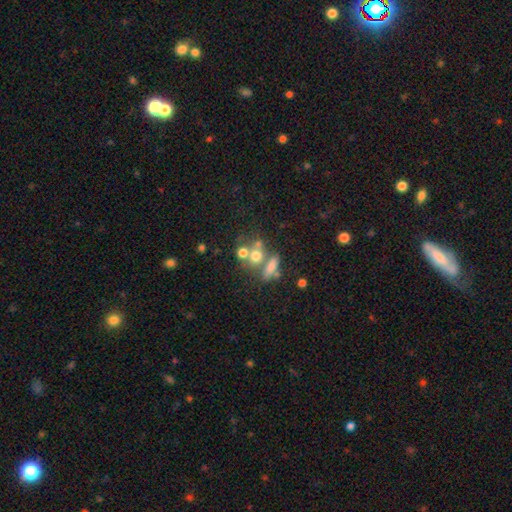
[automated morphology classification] Smooth or featured?
  - smooth: 63% *
  - featured or disk: 20%
  - star or artifact: 16%
How rounded?
  - round: 65% *
  - in between: 29%
  - cigar-shaped: 6%
Merging?
  - merger: 42% *
  - none: 40%
  - minor disturbance: 10%
  - major disturbance: 7%